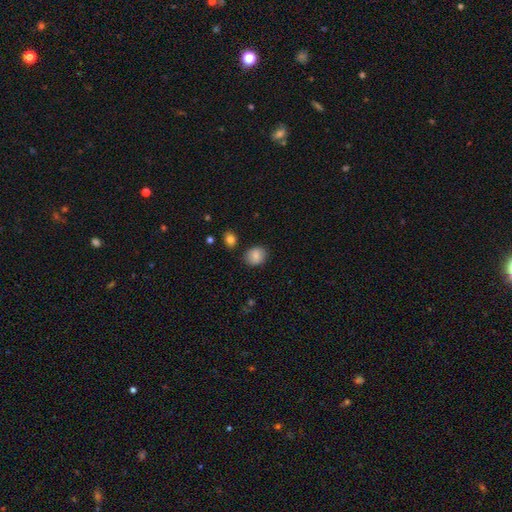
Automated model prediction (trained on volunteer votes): Smooth or featured? smooth (84%)
How rounded? round (60%)
Merging? none (83%)